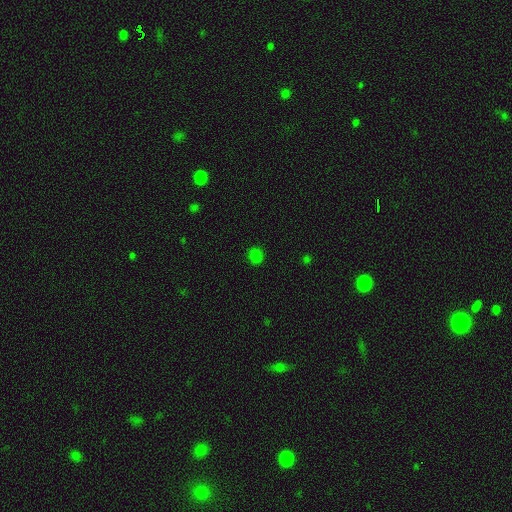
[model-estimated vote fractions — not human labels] This appears to be a smooth galaxy with no disk features (80%) that is round (78%). Merging: none (89%).